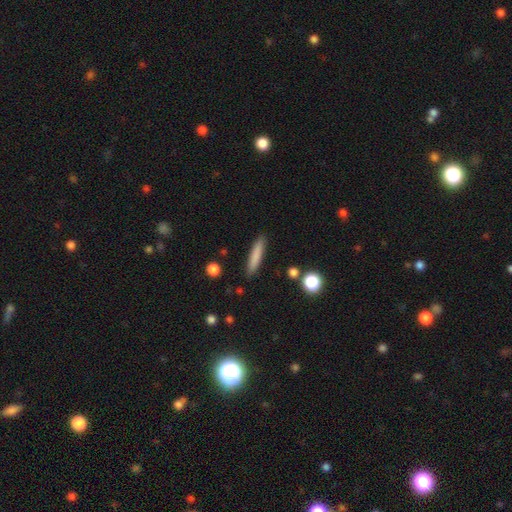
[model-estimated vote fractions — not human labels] Morphology: type=smooth (80%); roundness=cigar-shaped (89%); merging=none (88%).